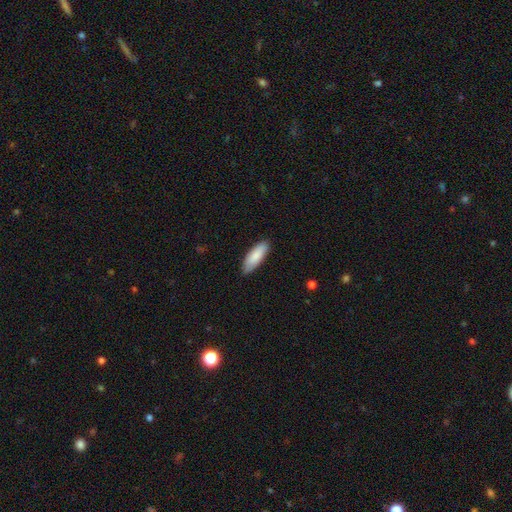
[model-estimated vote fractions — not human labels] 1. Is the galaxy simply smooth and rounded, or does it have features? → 86% smooth, 9% featured or disk, 5% star or artifact.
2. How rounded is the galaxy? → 63% in between, 35% cigar-shaped, 1% round.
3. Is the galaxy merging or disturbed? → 84% none, 13% minor disturbance, 2% major disturbance, 1% merger.